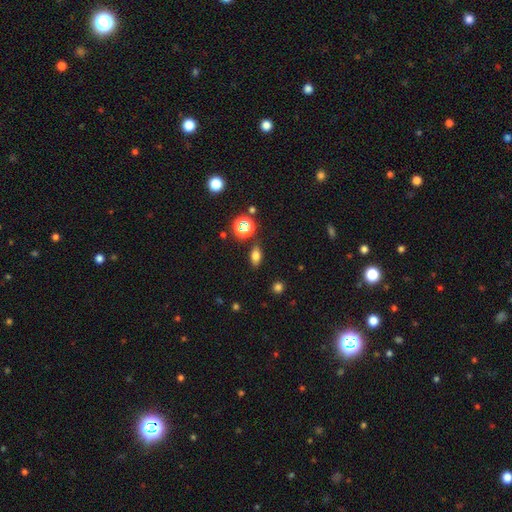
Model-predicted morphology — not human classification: Smooth or featured? smooth (72%)
How rounded? in between (78%)
Merging? none (85%)